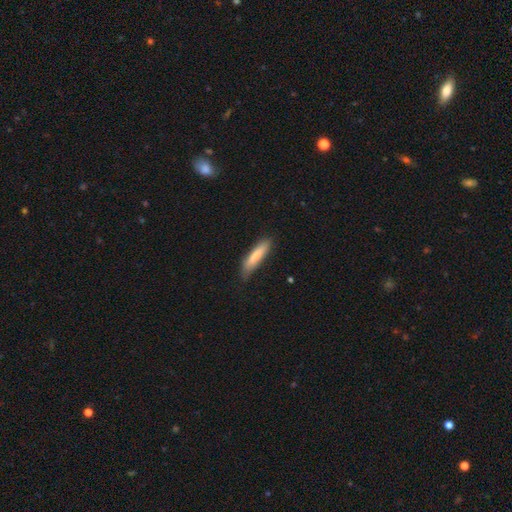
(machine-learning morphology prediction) A smooth galaxy with no disk features (80%) that is cigar-shaped (79%). Merging: none (76%).